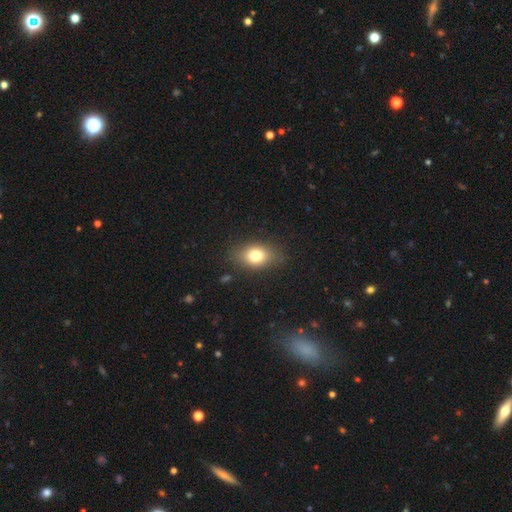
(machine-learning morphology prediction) smooth_or_featured: smooth (p=0.77) [alt: featured or disk p=0.13]
how_rounded: in between (p=0.75) [alt: round p=0.23]
merging: none (p=0.82) [alt: minor disturbance p=0.12]